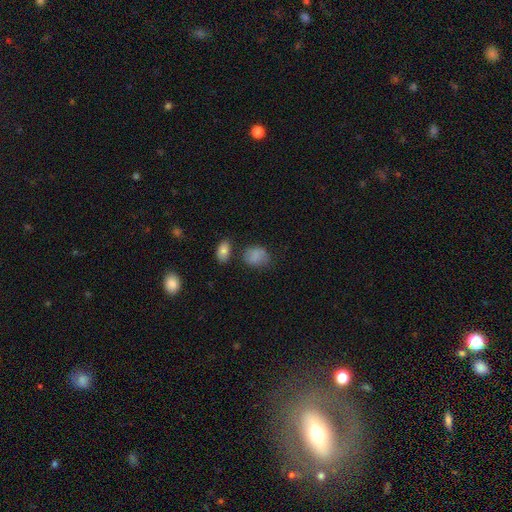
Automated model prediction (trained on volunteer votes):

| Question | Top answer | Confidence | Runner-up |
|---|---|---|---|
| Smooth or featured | smooth | 79% | featured or disk (11%) |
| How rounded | in between | 55% | round (44%) |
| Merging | none | 63% | minor disturbance (22%) |